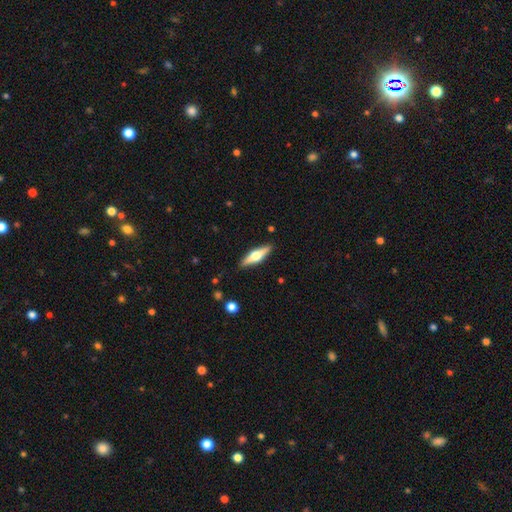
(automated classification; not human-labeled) Overall: featured or disk (61%; smooth 34%). Edge-on disk: yes (96%). Edge-on bulge: rounded (94%). Merging: none (89%).